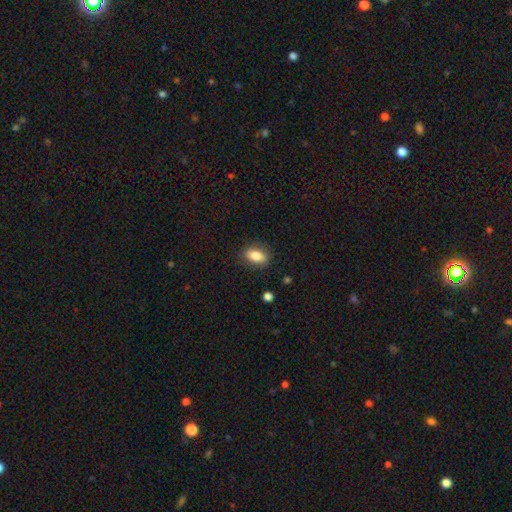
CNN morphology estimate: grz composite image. It shows a smooth galaxy with no disk features (82%) that is in between round and cigar-shaped (86%). Merging: none (83%).